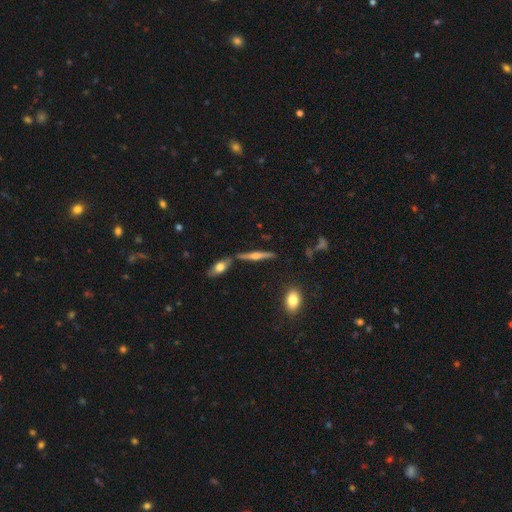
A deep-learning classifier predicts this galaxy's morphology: Q: Smooth or featured?
A: featured or disk (69%); runner-up: smooth (23%)
Q: Edge-on disk?
A: yes (96%); runner-up: no (4%)
Q: Edge-on bulge?
A: rounded (89%); runner-up: boxy (6%)
Q: Merging?
A: none (77%); runner-up: merger (11%)